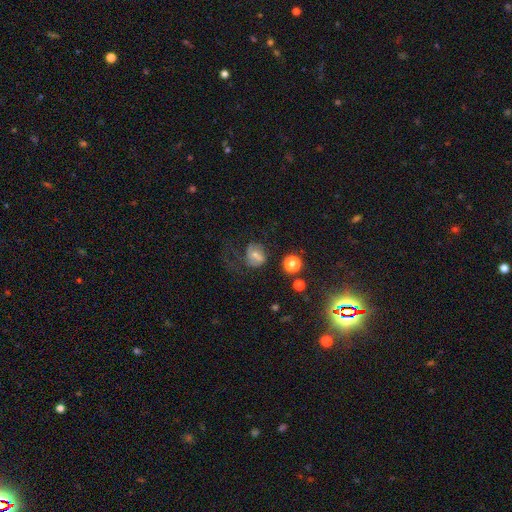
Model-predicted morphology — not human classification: Smooth or featured? Predicted: smooth (p=0.51). How rounded? Predicted: round (p=0.65). Merging? Predicted: none (p=0.42).